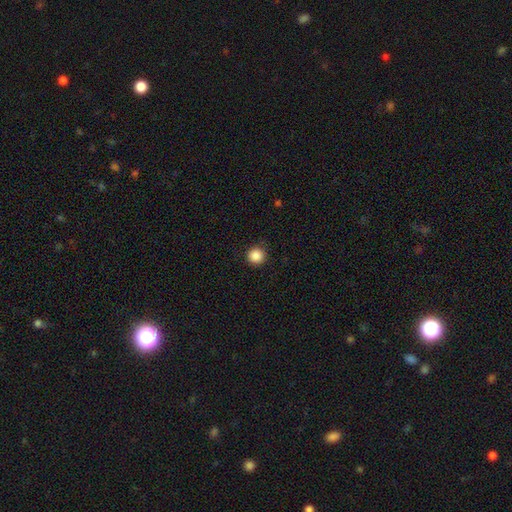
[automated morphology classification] Smooth or featured?
  - smooth: 88% *
  - star or artifact: 10%
  - featured or disk: 3%
How rounded?
  - round: 96% *
  - in between: 3%
  - cigar-shaped: 1%
Merging?
  - none: 90% *
  - minor disturbance: 7%
  - major disturbance: 2%
  - merger: 1%